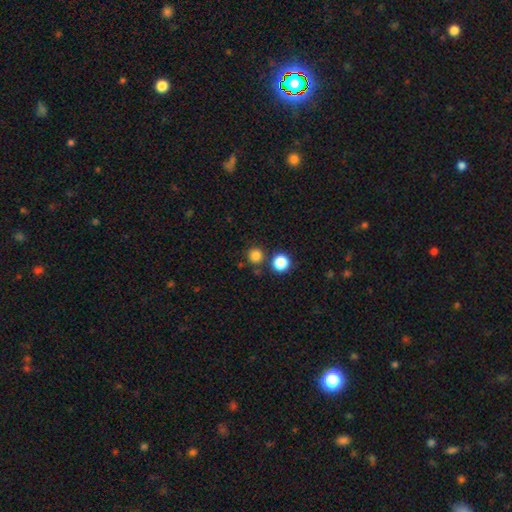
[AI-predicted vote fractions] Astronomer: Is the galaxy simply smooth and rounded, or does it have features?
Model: smooth — 81%.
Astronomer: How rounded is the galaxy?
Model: round — 94%.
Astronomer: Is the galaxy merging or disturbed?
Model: none — 81%.